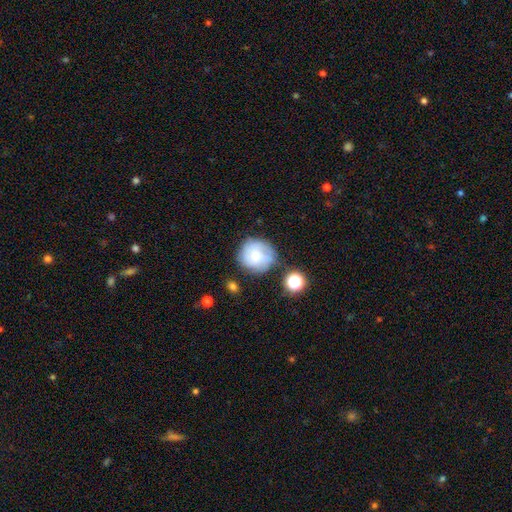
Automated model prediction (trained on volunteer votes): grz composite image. It shows a smooth galaxy with no disk features (55%) that is round (89%). Merging: none (65%).